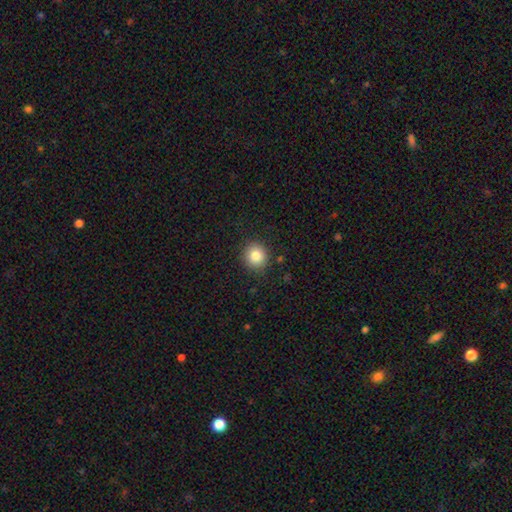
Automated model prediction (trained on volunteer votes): Smooth or featured: smooth — 84% (star or artifact — 10%)
How rounded: round — 89% (in between — 10%)
Merging: none — 89% (minor disturbance — 7%)